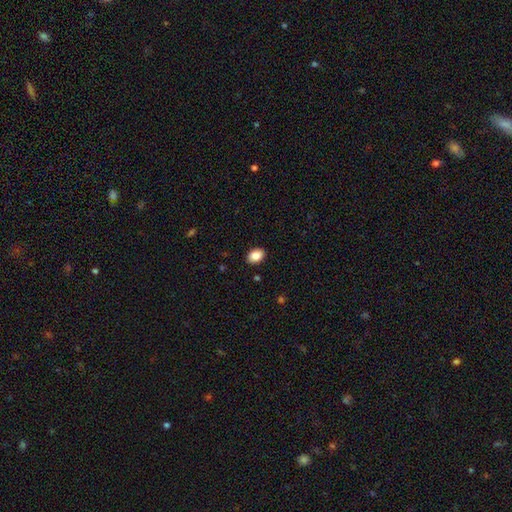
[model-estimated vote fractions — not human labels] This appears to be a smooth galaxy with no disk features (86%) that is in between round and cigar-shaped (79%). Merging: none (90%).